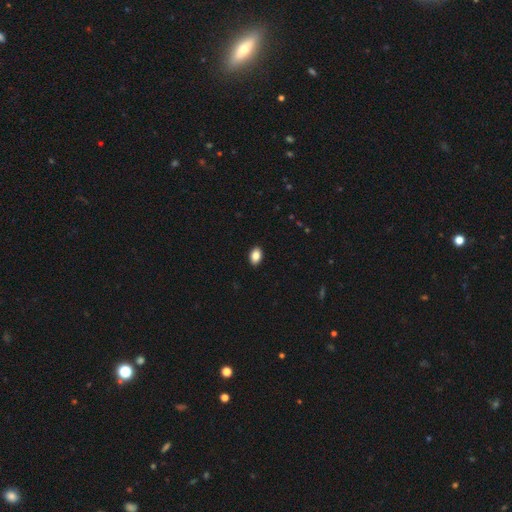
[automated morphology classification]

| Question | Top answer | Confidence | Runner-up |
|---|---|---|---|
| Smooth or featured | smooth | 87% | star or artifact (8%) |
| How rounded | in between | 89% | round (10%) |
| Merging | none | 91% | minor disturbance (7%) |